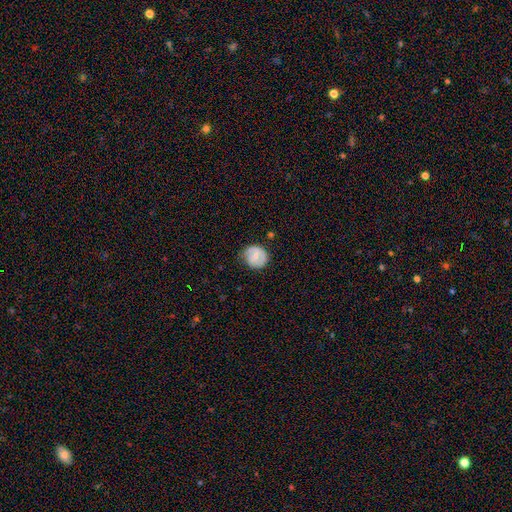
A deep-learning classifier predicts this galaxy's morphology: Smooth or featured? Predicted: smooth (p=0.48). Merging? Predicted: none (p=0.66).